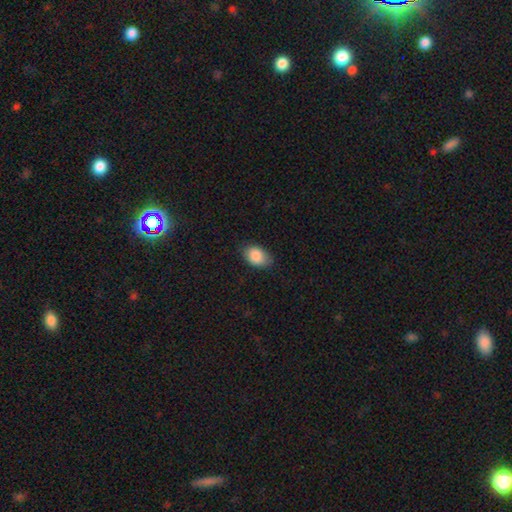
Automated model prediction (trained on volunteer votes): Smooth or featured? Predicted: smooth (p=0.87). How rounded? Predicted: in between (p=0.84). Merging? Predicted: none (p=0.78).